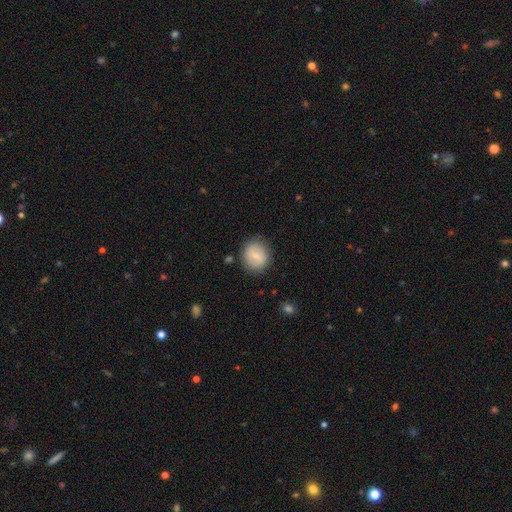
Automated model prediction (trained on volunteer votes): smooth_or_featured: smooth (p=0.64) [alt: featured or disk p=0.29]
how_rounded: round (p=0.75) [alt: in between p=0.24]
merging: none (p=0.84) [alt: minor disturbance p=0.11]